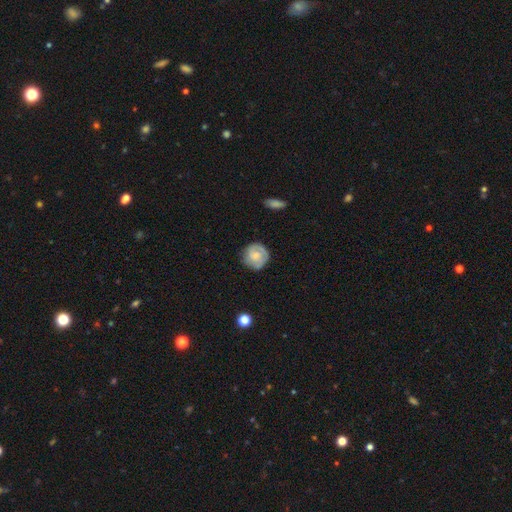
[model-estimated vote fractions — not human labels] smooth 56%, featured or disk 37%, star or artifact 7%. Down the decision tree: how rounded — round (90%); merging — none (75%).